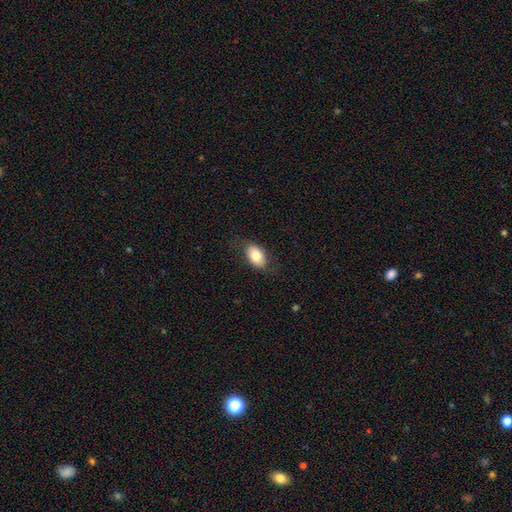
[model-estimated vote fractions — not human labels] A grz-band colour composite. It shows a smooth galaxy with no disk features (78%) that is in between round and cigar-shaped (92%). Merging: none (80%).